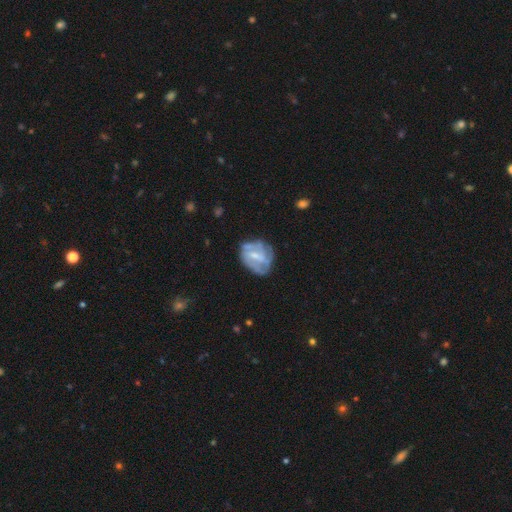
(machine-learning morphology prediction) Overall: featured or disk (67%; smooth 27%). Edge-on disk: no (97%). Bar: weak (49%; no 29%). Spiral arms: yes (59%; no 41%). Bulge size: small (47%; moderate 35%). Merging: none (54%; minor disturbance 26%).